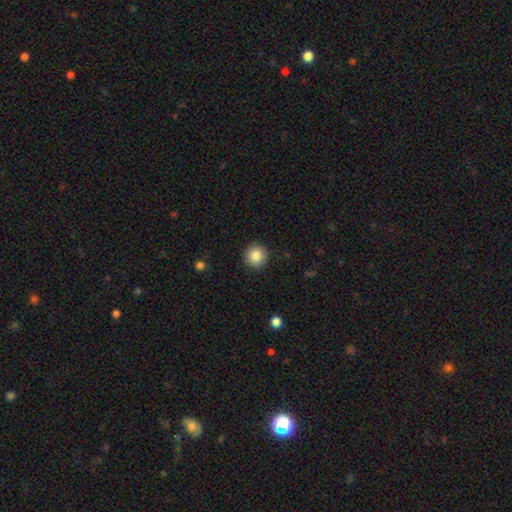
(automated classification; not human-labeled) Smooth or featured? smooth (86%)
How rounded? round (95%)
Merging? none (92%)